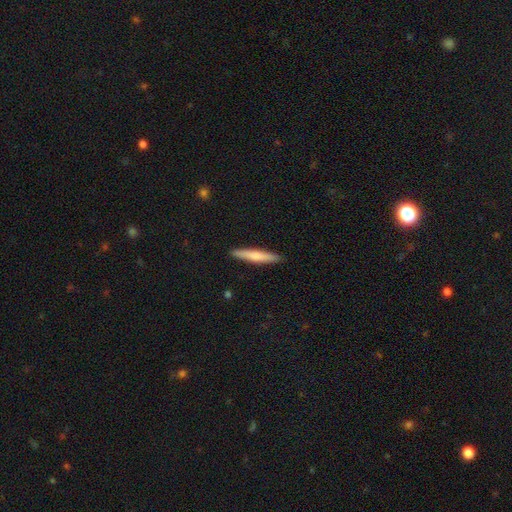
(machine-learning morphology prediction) Q: Smooth or featured?
A: smooth (65%); runner-up: featured or disk (30%)
Q: How rounded?
A: cigar-shaped (93%); runner-up: in between (6%)
Q: Merging?
A: none (91%); runner-up: minor disturbance (6%)